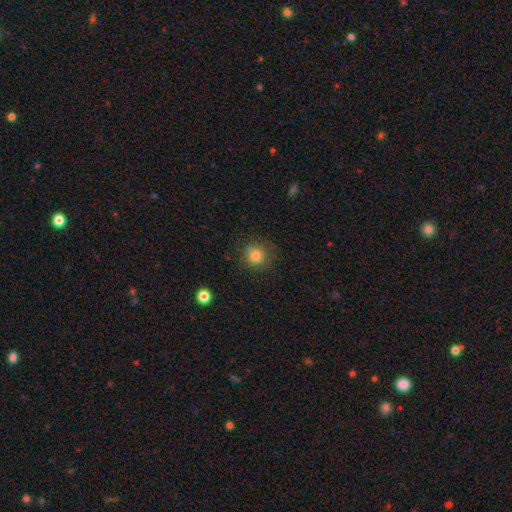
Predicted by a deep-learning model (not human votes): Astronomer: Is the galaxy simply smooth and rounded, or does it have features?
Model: smooth — 82%.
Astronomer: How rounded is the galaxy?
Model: round — 90%.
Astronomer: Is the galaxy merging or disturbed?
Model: none — 83%.